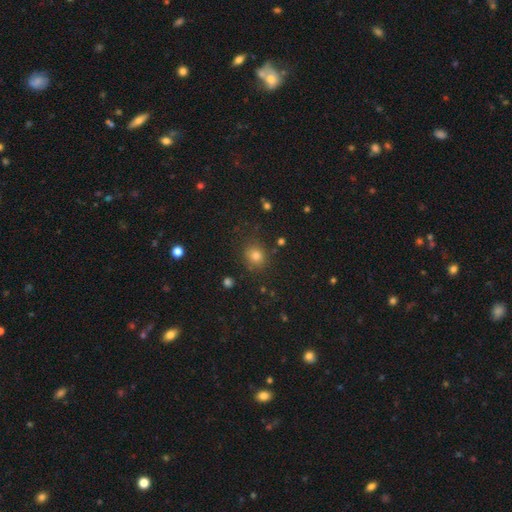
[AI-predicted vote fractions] smooth_or_featured: smooth (p=0.76) [alt: star or artifact p=0.17]
how_rounded: round (p=0.81) [alt: in between p=0.18]
merging: none (p=0.84) [alt: minor disturbance p=0.10]